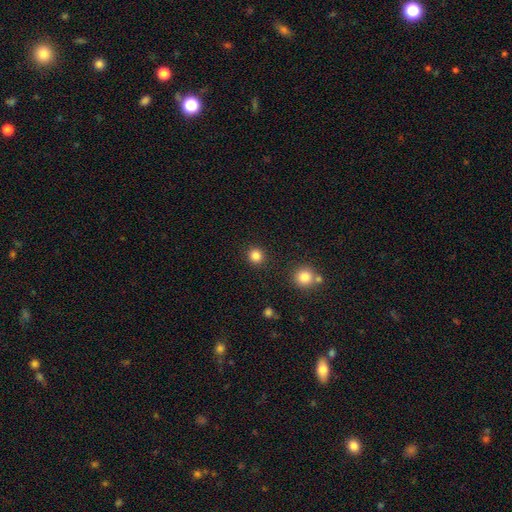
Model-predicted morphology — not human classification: smooth-or-featured: smooth: 85% | star or artifact: 12% | featured or disk: 4%
  how-rounded: round: 93% | in between: 6% | cigar-shaped: 1%
  merging: none: 91% | minor disturbance: 5% | major disturbance: 2% | merger: 2%